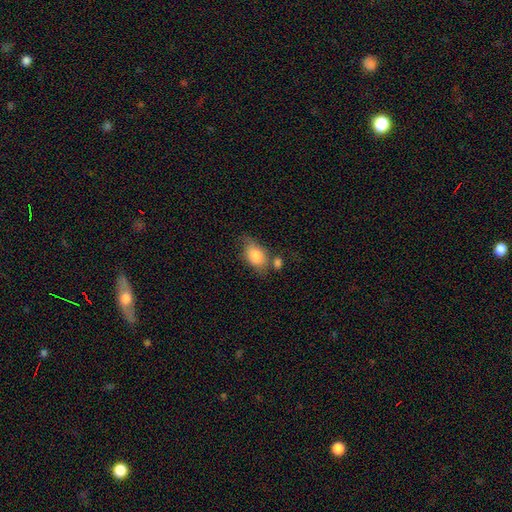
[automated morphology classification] A smooth galaxy with no disk features (80%) that is in between round and cigar-shaped (86%).

Vote fractions:
- Smooth or featured? smooth: 80% / featured or disk: 13% / star or artifact: 7%
- How rounded? in between: 86% / round: 12% / cigar-shaped: 3%
- Merging? none: 48% / minor disturbance: 25% / merger: 18% / major disturbance: 9%